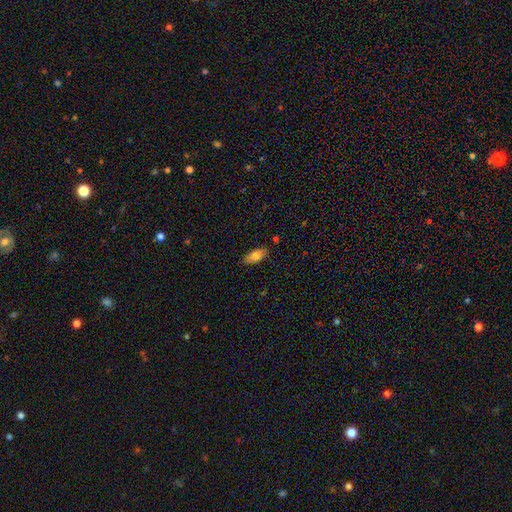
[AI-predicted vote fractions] A smooth galaxy with no disk features (76%) that is in between round and cigar-shaped (86%). Merging: none (81%).